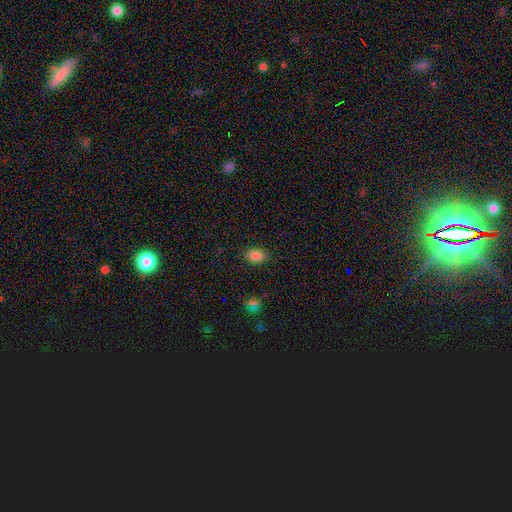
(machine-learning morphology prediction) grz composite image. It shows a smooth galaxy with no disk features (84%) that is in between round and cigar-shaped (68%). Merging: none (86%).